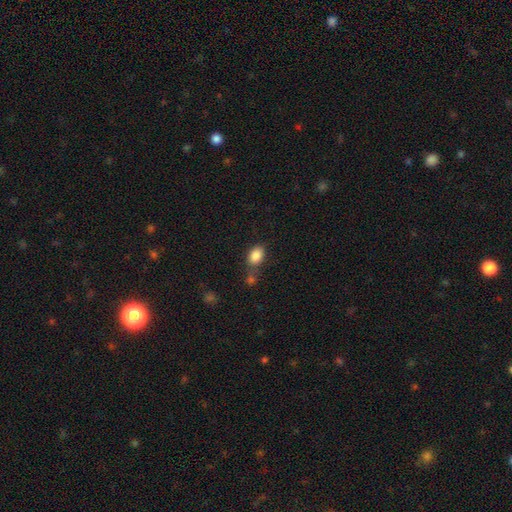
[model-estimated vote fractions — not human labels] Smooth or featured?
  - smooth: 85% *
  - star or artifact: 9%
  - featured or disk: 6%
How rounded?
  - in between: 79% *
  - round: 20%
  - cigar-shaped: 1%
Merging?
  - none: 57% *
  - merger: 23%
  - minor disturbance: 15%
  - major disturbance: 5%